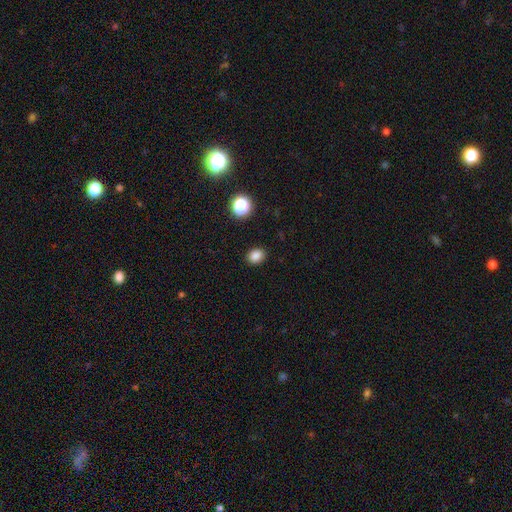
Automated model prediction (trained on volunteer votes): Overall: smooth (84%). How rounded: in between (51%; round 48%). Merging: none (90%).